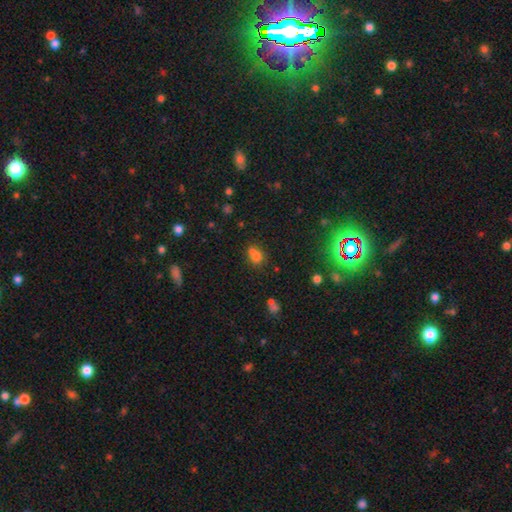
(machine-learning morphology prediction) Smooth or featured? Predicted: smooth (p=0.69). How rounded? Predicted: round (p=0.49). Merging? Predicted: merger (p=0.41).